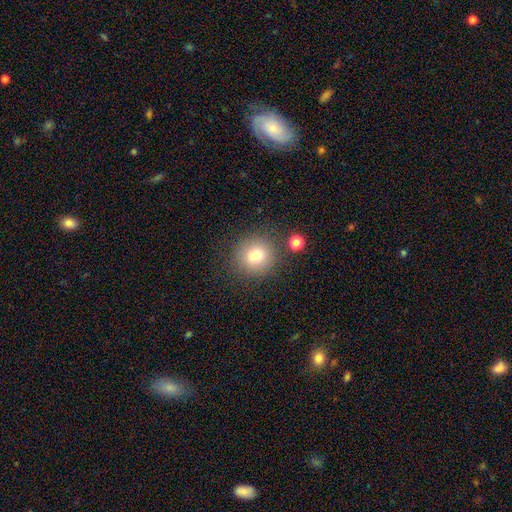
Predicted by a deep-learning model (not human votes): Overall: smooth (77%). How rounded: round (91%). Merging: none (82%).